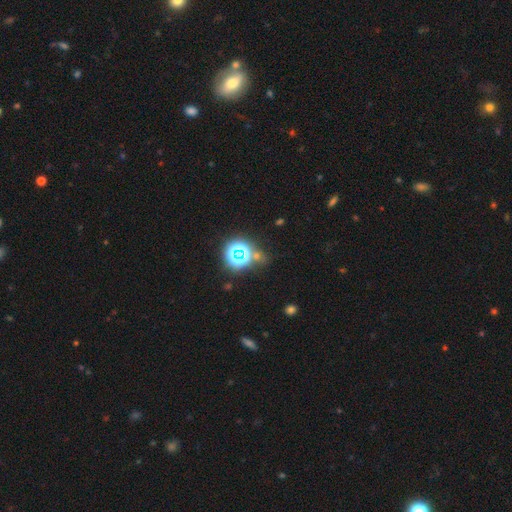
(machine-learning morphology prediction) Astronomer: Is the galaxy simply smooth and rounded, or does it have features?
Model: star or artifact — 67%.